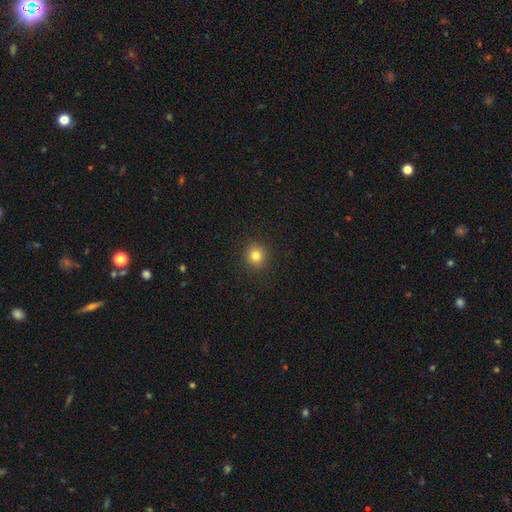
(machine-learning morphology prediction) Smooth or featured: smooth — 81% (star or artifact — 13%)
How rounded: round — 92% (in between — 8%)
Merging: none — 92% (minor disturbance — 5%)